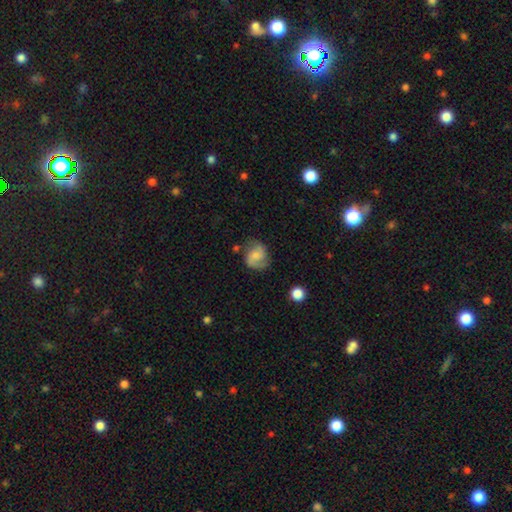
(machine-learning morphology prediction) Smooth or featured? featured or disk (62%)
Edge-on disk? no (98%)
Bar? no (54%)
Spiral arms? yes (92%)
Spiral winding? medium (49%)
Spiral arm count? 2 (86%)
Bulge size? small (43%)
Merging? none (69%)